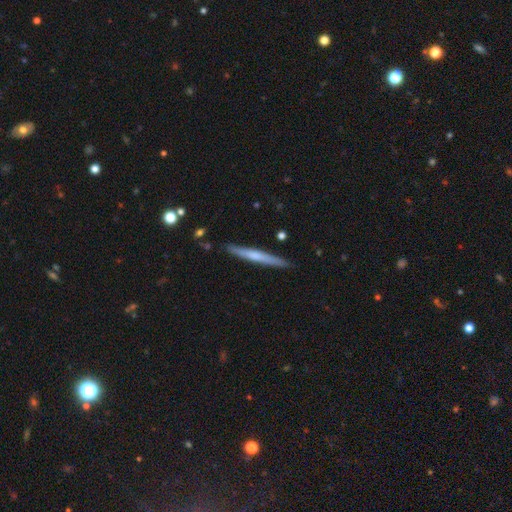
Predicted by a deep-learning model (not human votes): Morphology: type=smooth (49%); merging=none (89%).